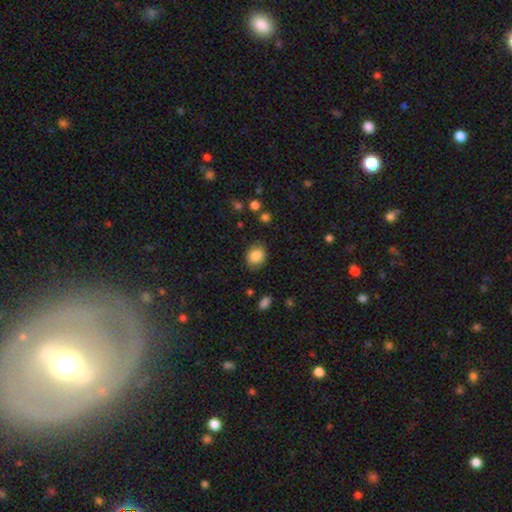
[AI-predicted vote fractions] This appears to be a smooth galaxy with no disk features (85%) that is round (52%). Merging: none (82%).